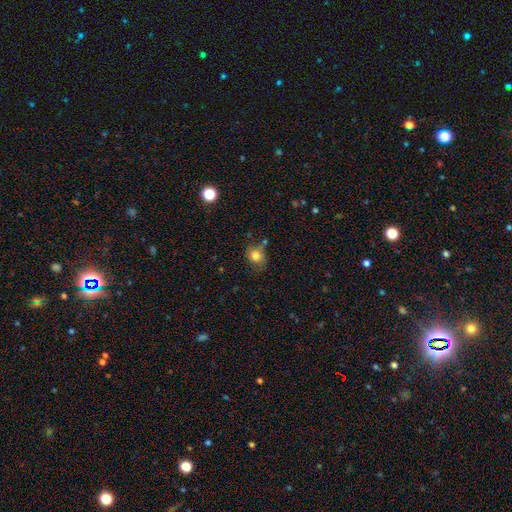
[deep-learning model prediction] Overall: smooth (81%). How rounded: round (69%; in between 30%). Merging: none (67%).